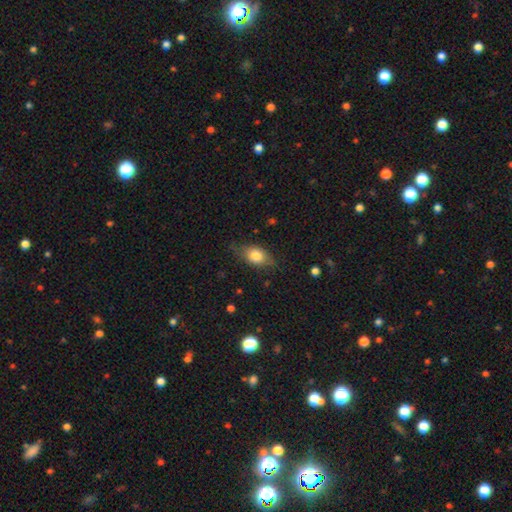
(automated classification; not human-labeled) Smooth or featured? Predicted: smooth (p=0.77). How rounded? Predicted: in between (p=0.80). Merging? Predicted: none (p=0.70).